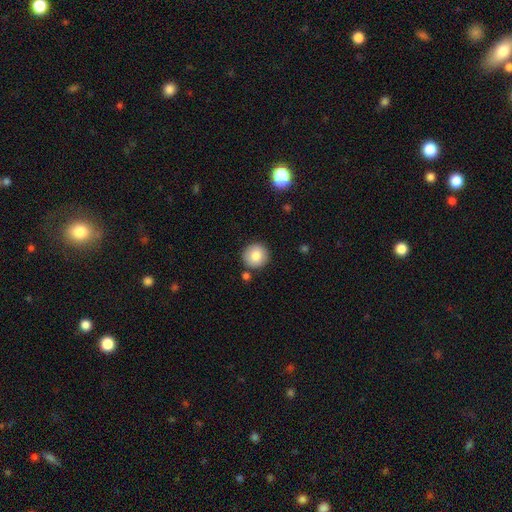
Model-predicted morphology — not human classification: The model was most divided on "smooth or featured": smooth: 82%, featured or disk: 9%, star or artifact: 9%. More confident: how rounded — round (94%); merging — none (86%).